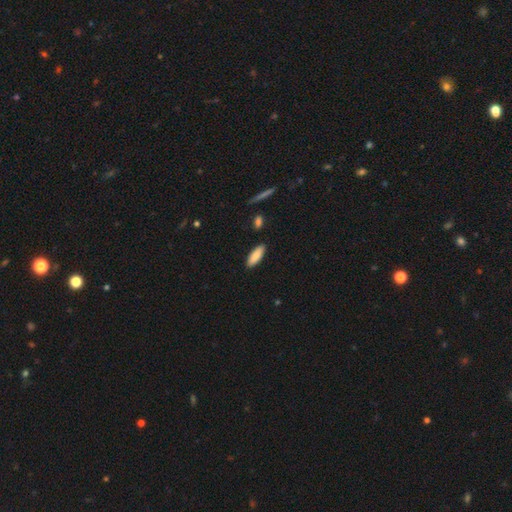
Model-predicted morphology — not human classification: Smooth or featured?
  - smooth: 86% *
  - featured or disk: 8%
  - star or artifact: 6%
How rounded?
  - in between: 68% *
  - cigar-shaped: 31%
  - round: 2%
Merging?
  - none: 88% *
  - minor disturbance: 8%
  - merger: 2%
  - major disturbance: 2%